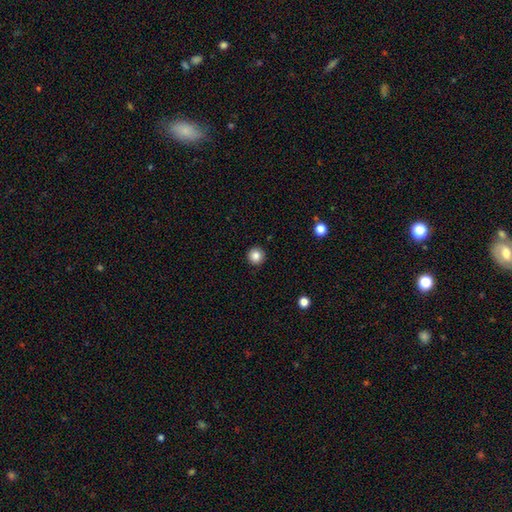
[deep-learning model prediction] smooth 84%, star or artifact 10%, featured or disk 5%. Down the decision tree: how rounded — round (96%); merging — none (93%).